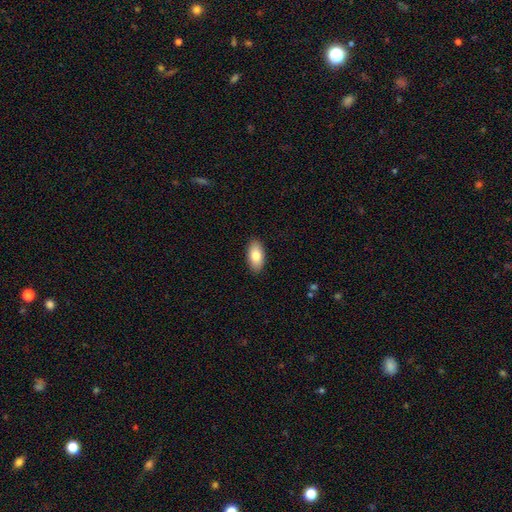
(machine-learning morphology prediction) smooth-or-featured: smooth: 81% | featured or disk: 12% | star or artifact: 6%
  how-rounded: in between: 93% | cigar-shaped: 4% | round: 3%
  merging: none: 89% | minor disturbance: 8% | major disturbance: 2% | merger: 1%